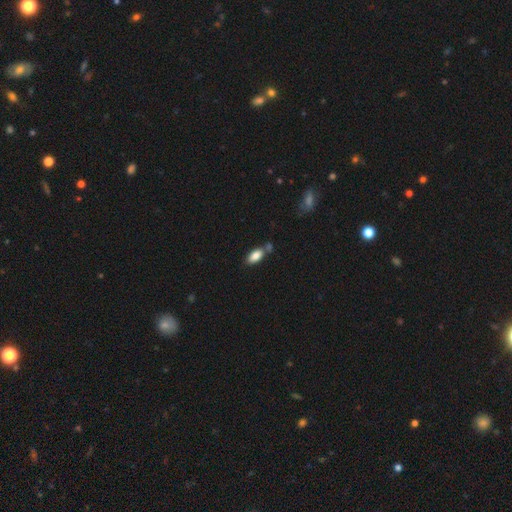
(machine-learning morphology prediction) Smooth or featured? smooth (84%)
How rounded? in between (89%)
Merging? none (62%)